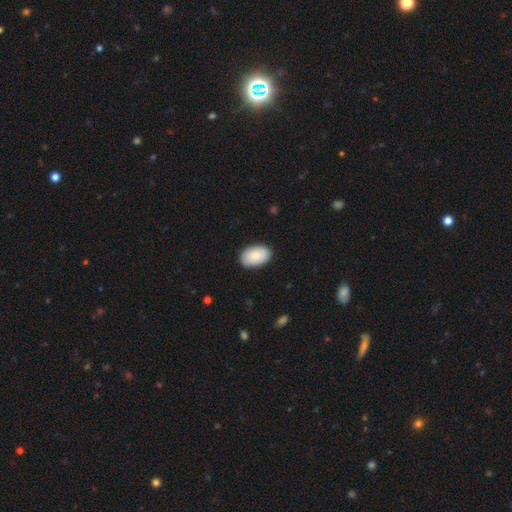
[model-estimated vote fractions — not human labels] Morphology: type=smooth (85%); roundness=in between (92%); merging=none (88%).